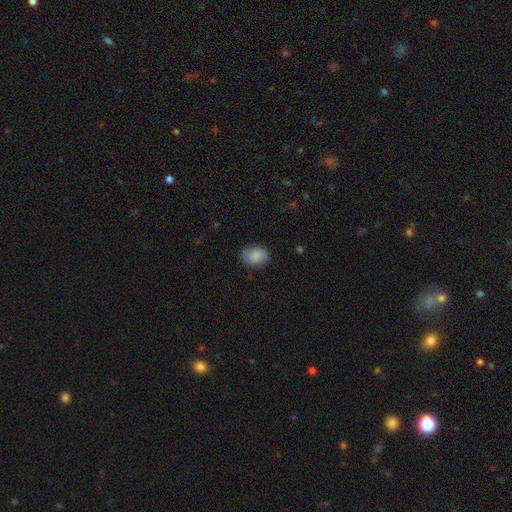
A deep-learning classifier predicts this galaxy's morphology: This appears to be a smooth galaxy with no disk features (80%) that is in between round and cigar-shaped (68%). Merging: none (71%).